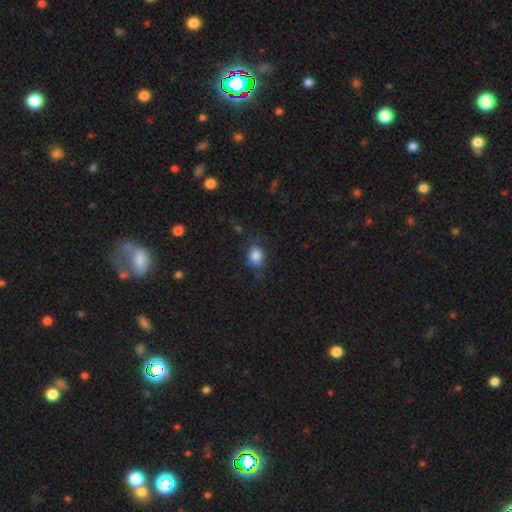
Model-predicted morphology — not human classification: Smooth or featured?
  - smooth: 82% *
  - star or artifact: 10%
  - featured or disk: 8%
How rounded?
  - in between: 56% *
  - round: 42%
  - cigar-shaped: 1%
Merging?
  - none: 66% *
  - minor disturbance: 24%
  - major disturbance: 9%
  - merger: 2%